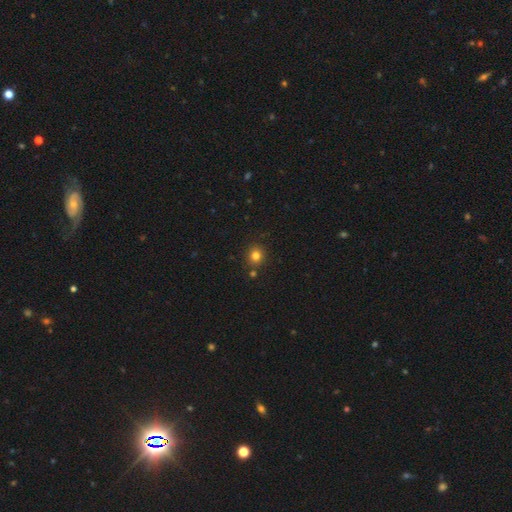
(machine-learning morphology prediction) Smooth or featured? smooth (80%)
How rounded? round (84%)
Merging? none (84%)